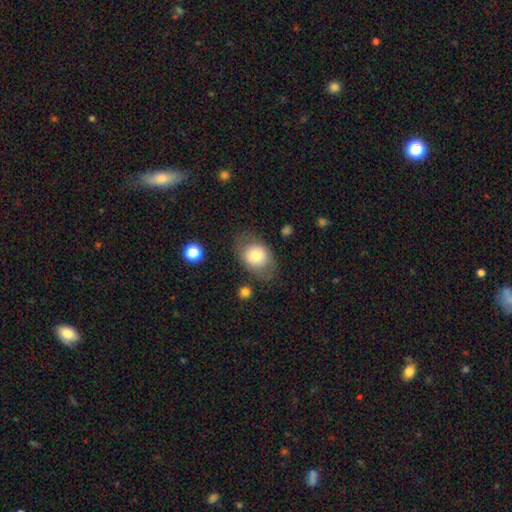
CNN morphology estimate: Smooth or featured? smooth (73%)
How rounded? in between (63%)
Merging? none (68%)